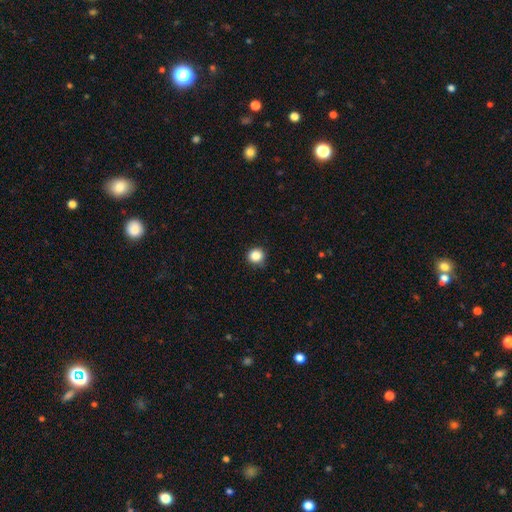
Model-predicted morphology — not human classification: smooth 86%, star or artifact 11%, featured or disk 3%. Down the decision tree: how rounded — round (92%); merging — none (86%).